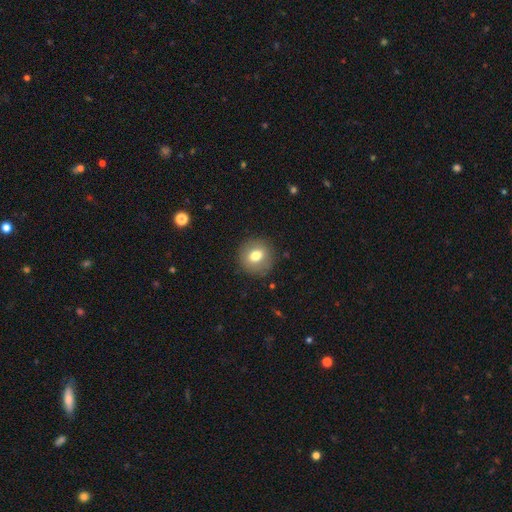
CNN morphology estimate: smooth_or_featured: smooth (p=0.74) [alt: featured or disk p=0.16]
how_rounded: round (p=0.86) [alt: in between p=0.13]
merging: none (p=0.88) [alt: minor disturbance p=0.08]